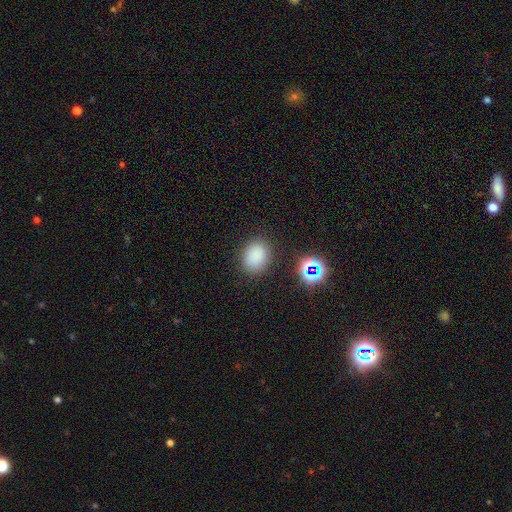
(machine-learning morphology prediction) type=smooth (82%); roundness=in between (54%); merging=none (83%).